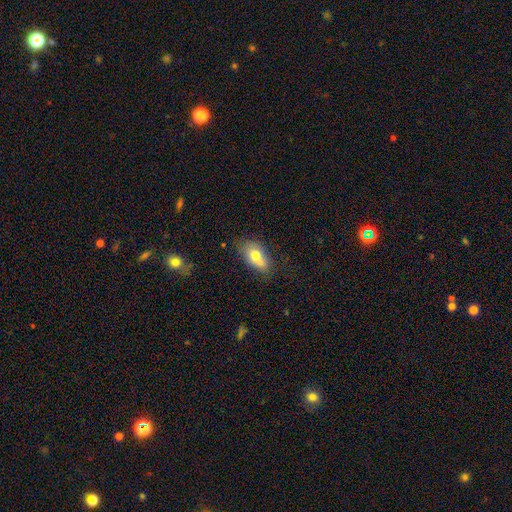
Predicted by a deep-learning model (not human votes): Q: Smooth or featured?
A: smooth (70%); runner-up: featured or disk (22%)
Q: How rounded?
A: in between (85%); runner-up: round (12%)
Q: Merging?
A: none (47%); runner-up: merger (25%)